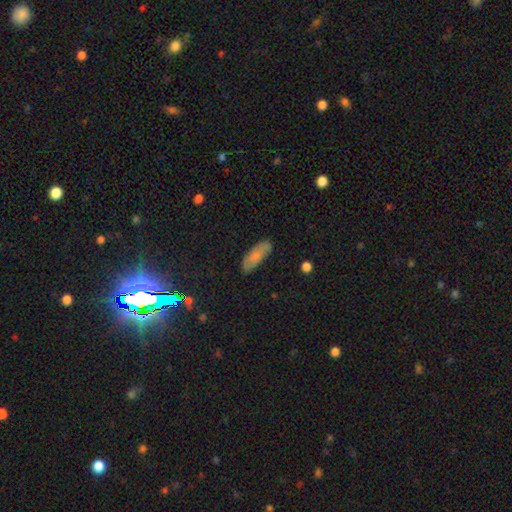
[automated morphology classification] The model was most divided on "how rounded": in between: 69%, cigar-shaped: 29%, round: 2%. More confident: merging — none (79%); smooth or featured — smooth (75%).